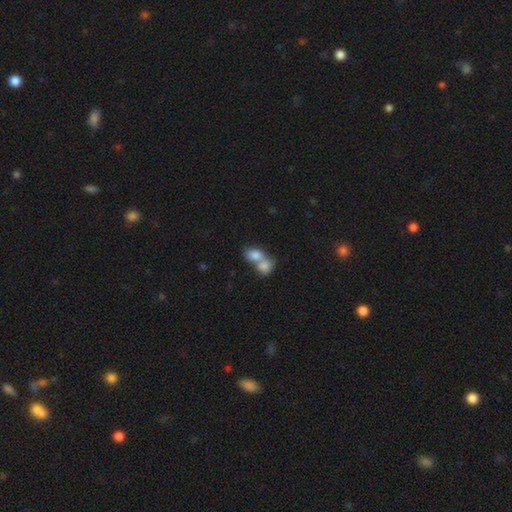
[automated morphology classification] type=smooth (81%); roundness=in between (66%); merging=merger (72%).